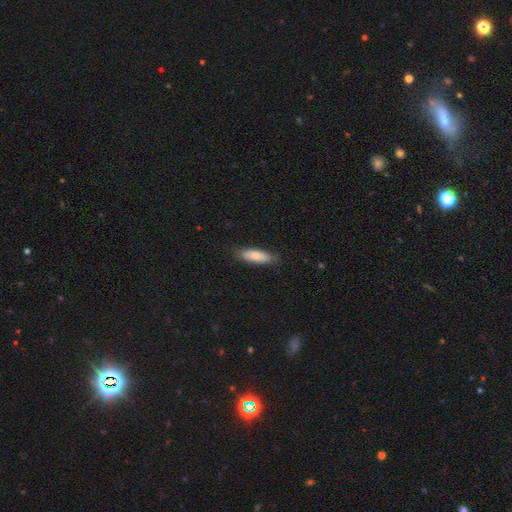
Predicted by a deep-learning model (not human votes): Morphology: type=smooth (81%); roundness=in between (58%); merging=none (83%).